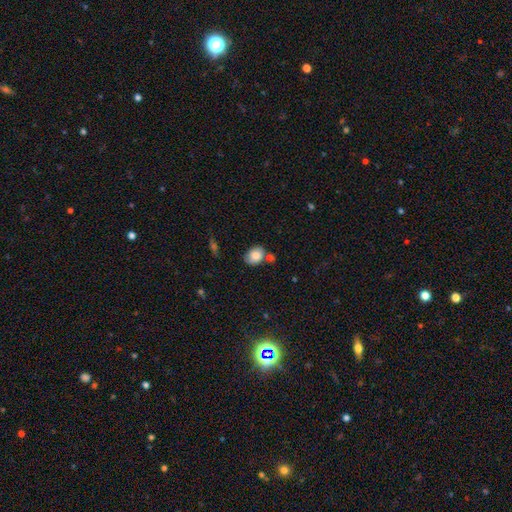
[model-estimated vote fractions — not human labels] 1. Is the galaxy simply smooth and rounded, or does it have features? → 82% smooth, 10% featured or disk, 8% star or artifact.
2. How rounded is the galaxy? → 65% in between, 34% round, 1% cigar-shaped.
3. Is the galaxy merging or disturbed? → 57% none, 19% minor disturbance, 19% merger, 5% major disturbance.